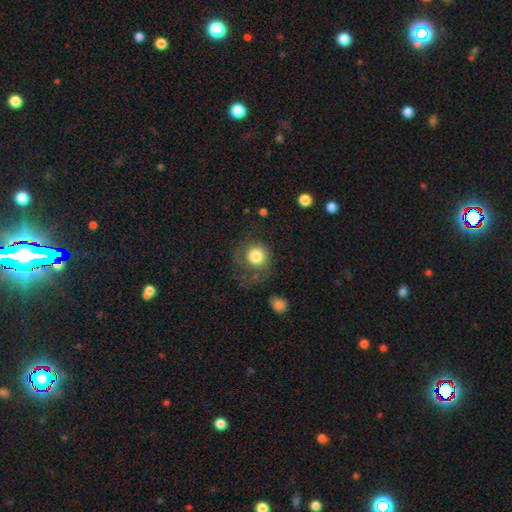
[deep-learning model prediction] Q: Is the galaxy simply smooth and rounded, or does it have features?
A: smooth — 77%.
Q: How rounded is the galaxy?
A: round — 88%.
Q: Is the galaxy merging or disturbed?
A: none — 49%.